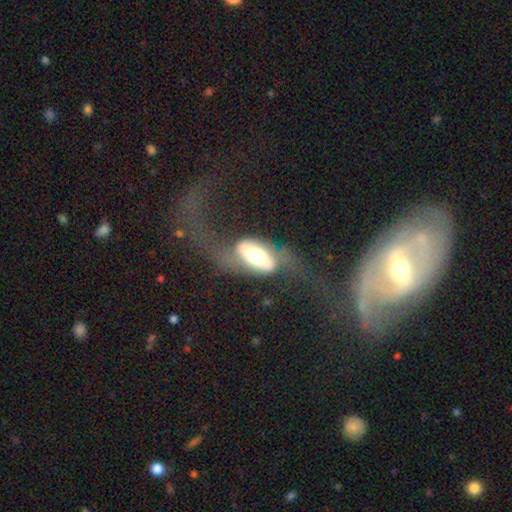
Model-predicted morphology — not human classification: Smooth or featured: featured or disk — 60% (smooth — 34%)
Edge-on disk: no — 85% (yes — 15%)
Bar: no — 47% (strong — 28%)
Spiral arms: yes — 64% (no — 36%)
Bulge size: moderate — 47% (large — 36%)
Merging: major disturbance — 43% (none — 35%)